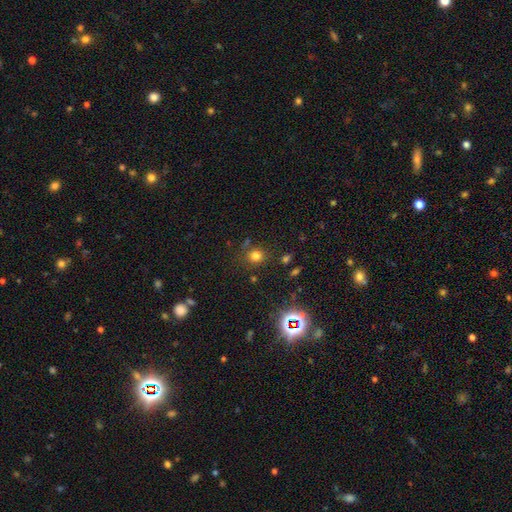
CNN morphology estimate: The model was most divided on "smooth or featured": smooth: 73%, star or artifact: 21%, featured or disk: 7%. More confident: how rounded — round (81%); merging — none (79%).